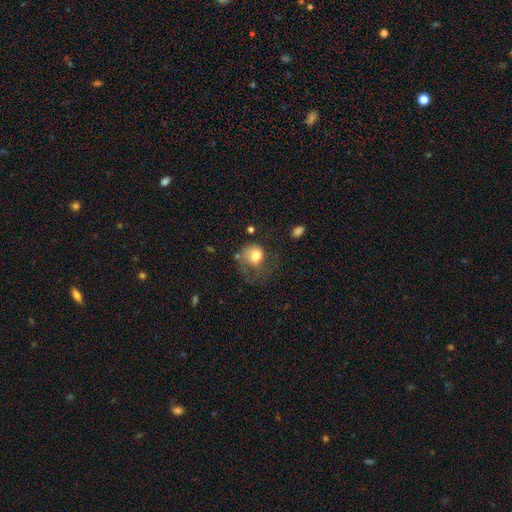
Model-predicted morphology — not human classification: Smooth or featured? Predicted: smooth (p=0.72). How rounded? Predicted: round (p=0.64). Merging? Predicted: major disturbance (p=0.49).